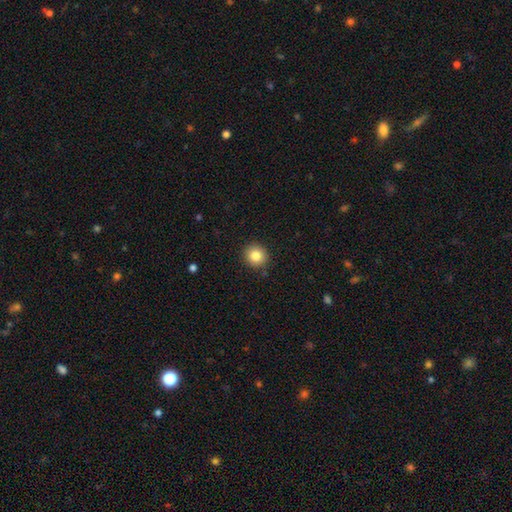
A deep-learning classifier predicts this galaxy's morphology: Q: Smooth or featured?
A: smooth (83%); runner-up: star or artifact (10%)
Q: How rounded?
A: round (88%); runner-up: in between (12%)
Q: Merging?
A: none (90%); runner-up: minor disturbance (7%)